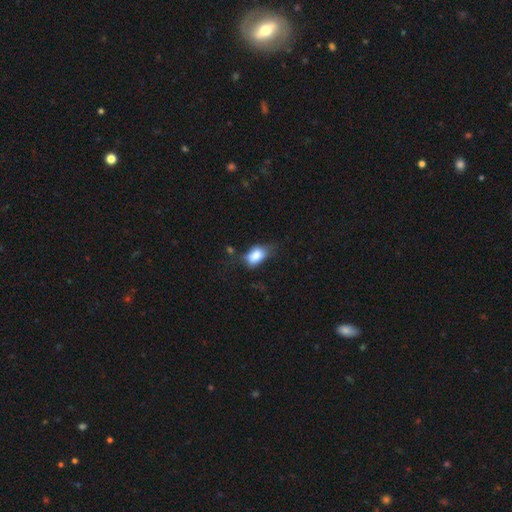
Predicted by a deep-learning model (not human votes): Smooth or featured?
  - smooth: 80% *
  - featured or disk: 12%
  - star or artifact: 9%
How rounded?
  - in between: 82% *
  - round: 16%
  - cigar-shaped: 3%
Merging?
  - none: 43% *
  - minor disturbance: 36%
  - major disturbance: 17%
  - merger: 4%